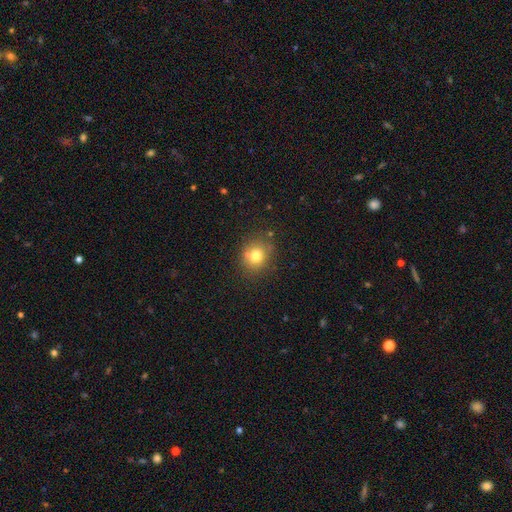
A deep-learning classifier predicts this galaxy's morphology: Smooth or featured: smooth — 76% (star or artifact — 13%)
How rounded: round — 76% (in between — 23%)
Merging: none — 79% (minor disturbance — 13%)